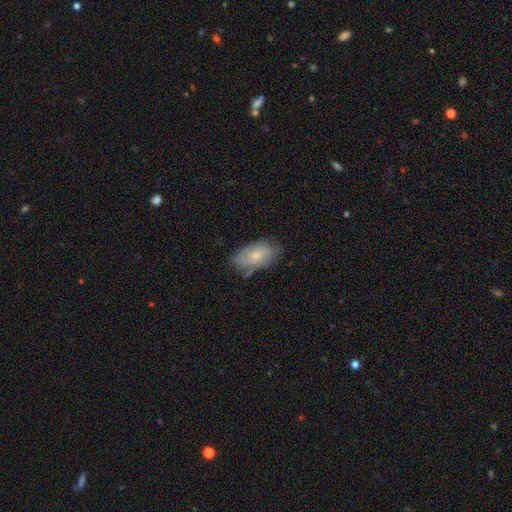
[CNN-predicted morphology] Overall: smooth (50%; featured or disk 42%). How rounded: in between (92%). Merging: none (64%; minor disturbance 27%).